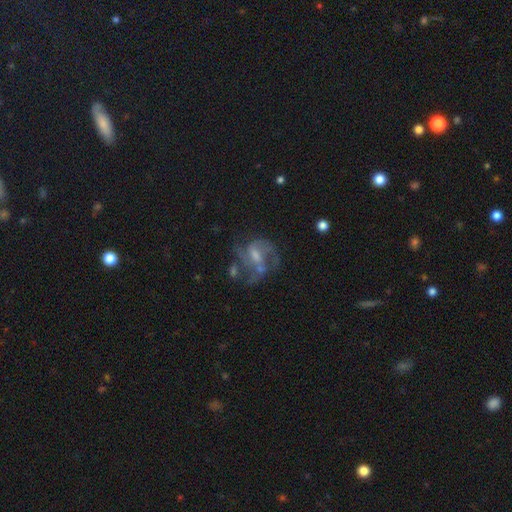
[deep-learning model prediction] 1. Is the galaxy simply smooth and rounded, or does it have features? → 76% featured or disk, 12% smooth, 12% star or artifact.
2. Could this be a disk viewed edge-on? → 97% no, 3% yes.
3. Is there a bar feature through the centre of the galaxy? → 49% weak, 35% no, 16% strong.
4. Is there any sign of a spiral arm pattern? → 84% yes, 16% no.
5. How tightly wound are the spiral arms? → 50% medium, 27% loose, 23% tight.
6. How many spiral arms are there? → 29% 3, 28% 2, 25% can't tell, 8% 4, 6% 1, 4% more than 4.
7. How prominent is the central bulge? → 41% moderate, 37% small, 15% none, 5% large, 1% dominant.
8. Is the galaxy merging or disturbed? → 47% none, 25% major disturbance, 17% minor disturbance, 10% merger.